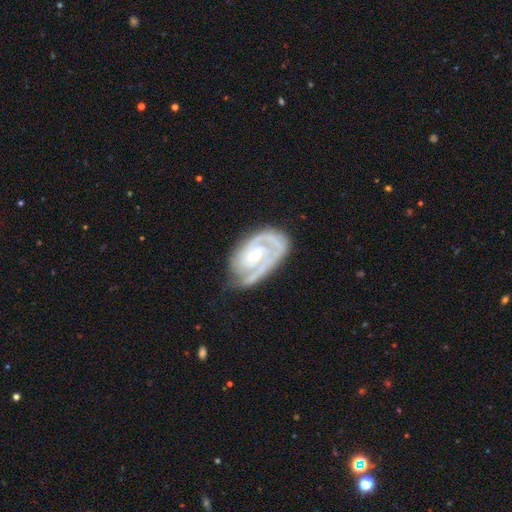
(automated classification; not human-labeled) This is clearly a featured or disk galaxy (87%). It is clearly not viewed edge-on (97%). Bar: possibly no (54%). Spiral arm pattern: clearly yes (96%). Spiral arm count: possibly 2 (52%). Spiral winding: likely tight (62%). Central bulge: likely small (65%). Merging: likely none (63%).